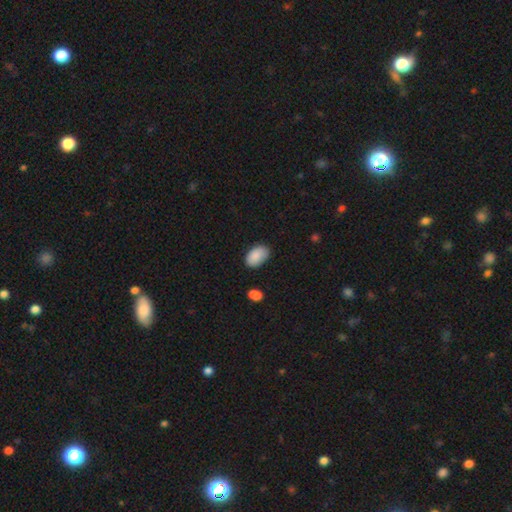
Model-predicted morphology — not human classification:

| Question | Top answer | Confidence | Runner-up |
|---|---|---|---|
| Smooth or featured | smooth | 89% | star or artifact (7%) |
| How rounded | in between | 93% | round (6%) |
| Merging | none | 78% | minor disturbance (17%) |